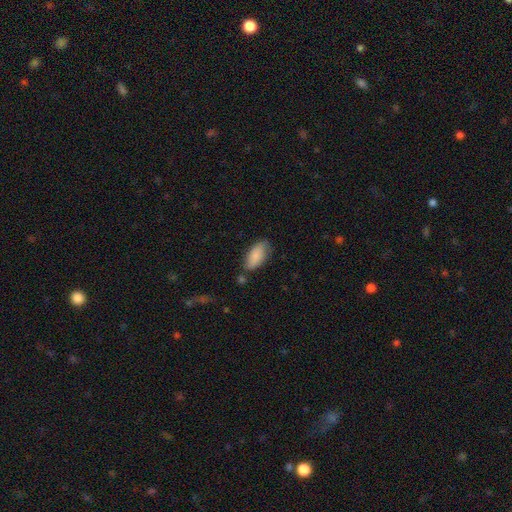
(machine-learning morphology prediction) The model was most divided on "merging": none: 67%, minor disturbance: 23%, merger: 5%, major disturbance: 5%. More confident: how rounded — in between (91%); smooth or featured — smooth (83%).